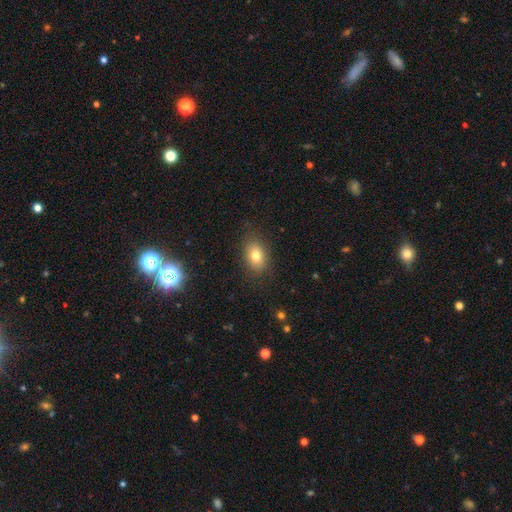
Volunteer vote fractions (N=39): smooth-or-featured: smooth: 77% | featured or disk: 15% | star or artifact: 8%
  how-rounded: in between: 83% | round: 17% | cigar-shaped: 0%
  merging: none: 75% | minor disturbance: 17% | major disturbance: 6% | merger: 3%